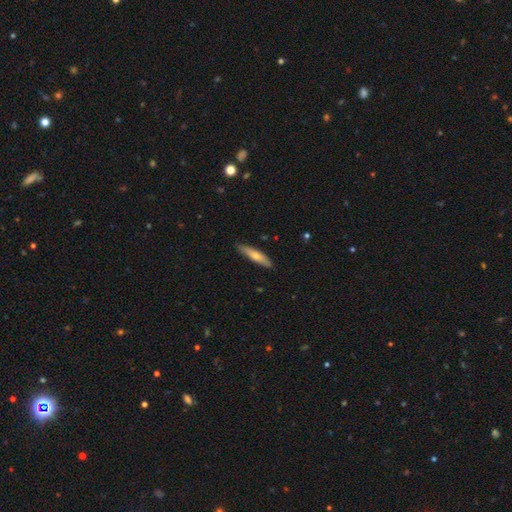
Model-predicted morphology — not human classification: The model was most divided on "smooth or featured": smooth: 62%, featured or disk: 32%, star or artifact: 6%. More confident: merging — none (83%); how rounded — cigar-shaped (81%).